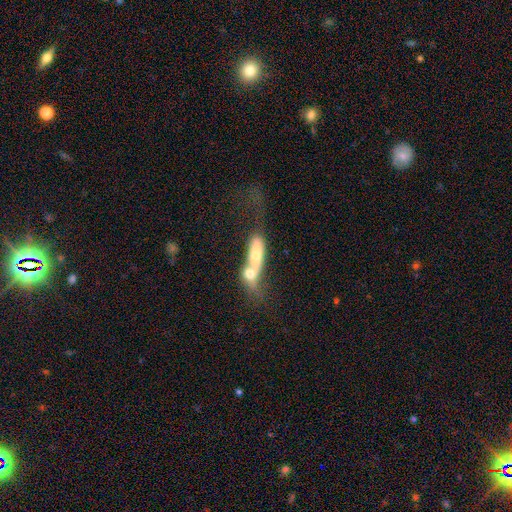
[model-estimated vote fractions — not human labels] A smooth galaxy with no disk features (58%) that is in between round and cigar-shaped (57%).

Vote fractions:
- Smooth or featured? smooth: 58% / featured or disk: 35% / star or artifact: 8%
- How rounded? in between: 57% / cigar-shaped: 33% / round: 10%
- Merging? merger: 77% / none: 10% / major disturbance: 8% / minor disturbance: 5%